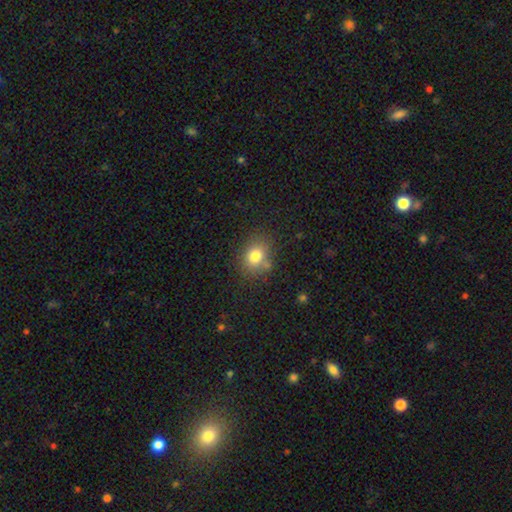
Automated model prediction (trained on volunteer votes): Smooth or featured: smooth — 78% (star or artifact — 12%)
How rounded: round — 55% (in between — 44%)
Merging: none — 73% (minor disturbance — 16%)